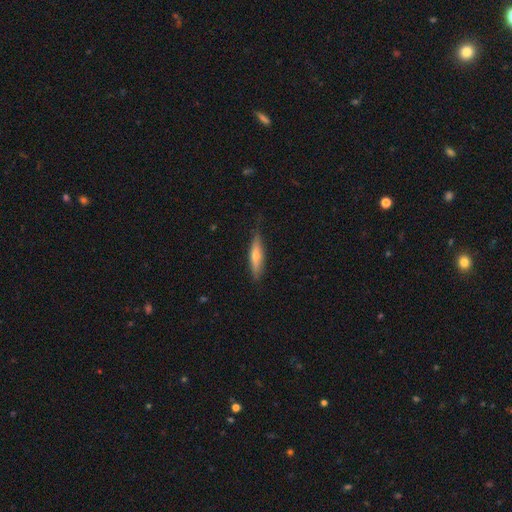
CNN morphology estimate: smooth 51%, featured or disk 43%, star or artifact 6%. Down the decision tree: how rounded — cigar-shaped (79%); merging — none (79%).